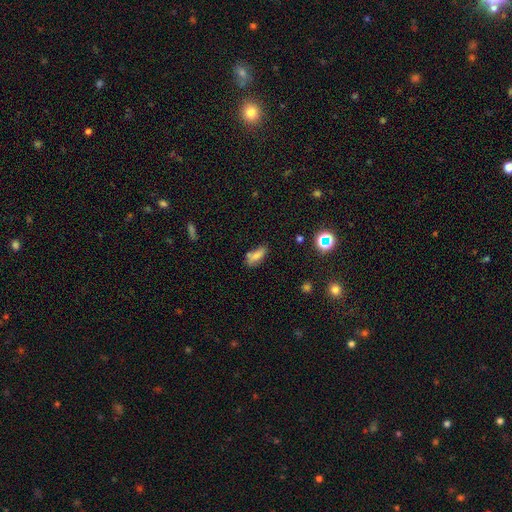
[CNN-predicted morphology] Smooth or featured: smooth — 71% (featured or disk — 16%)
How rounded: in between — 76% (cigar-shaped — 20%)
Merging: none — 57% (minor disturbance — 24%)